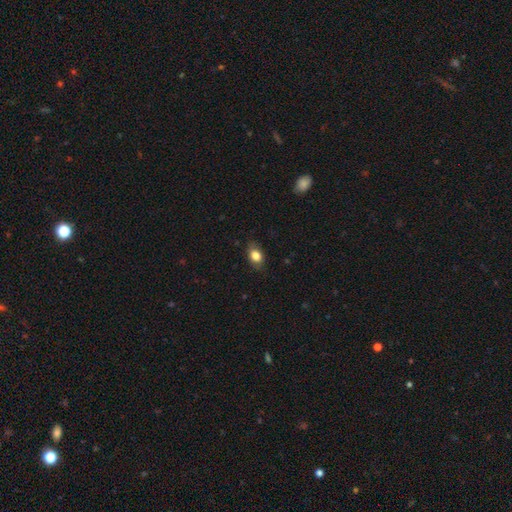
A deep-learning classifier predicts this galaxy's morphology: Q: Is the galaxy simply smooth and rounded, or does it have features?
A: smooth — 82%.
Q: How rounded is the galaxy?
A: in between — 76%.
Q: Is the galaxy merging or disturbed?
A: none — 79%.